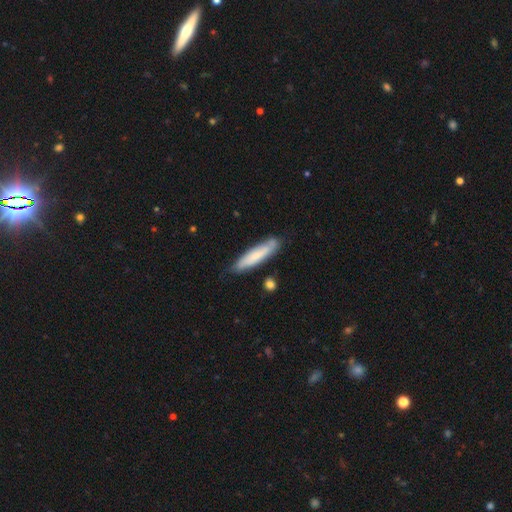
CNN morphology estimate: smooth_or_featured: smooth (p=0.62) [alt: featured or disk p=0.32]
how_rounded: cigar-shaped (p=0.82) [alt: in between p=0.17]
merging: none (p=0.78) [alt: minor disturbance p=0.16]